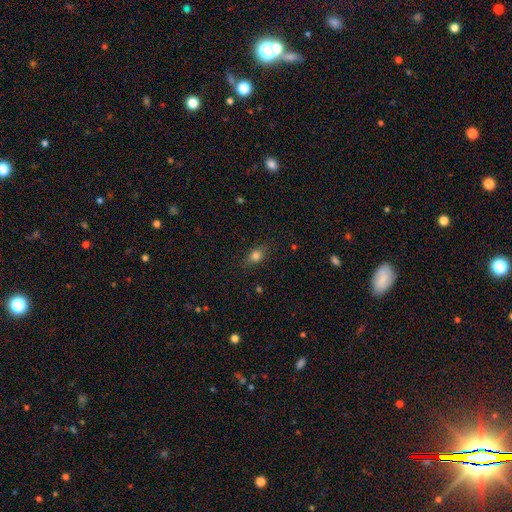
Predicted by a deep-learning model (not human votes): Smooth or featured?
  - smooth: 80% *
  - star or artifact: 12%
  - featured or disk: 8%
How rounded?
  - in between: 63% *
  - round: 33%
  - cigar-shaped: 4%
Merging?
  - none: 83% *
  - minor disturbance: 13%
  - major disturbance: 3%
  - merger: 1%